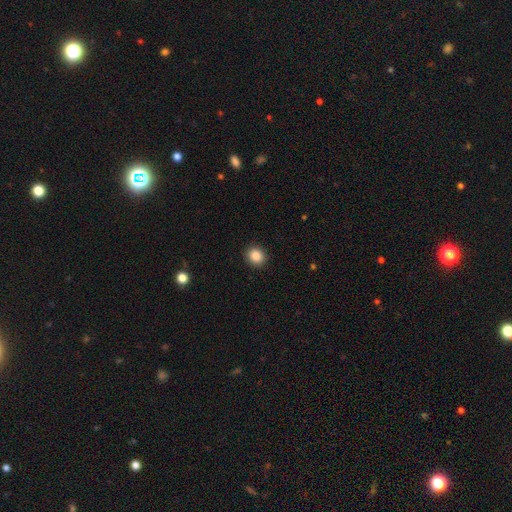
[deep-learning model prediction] Morphology: type=smooth (87%); roundness=round (71%); merging=none (91%).